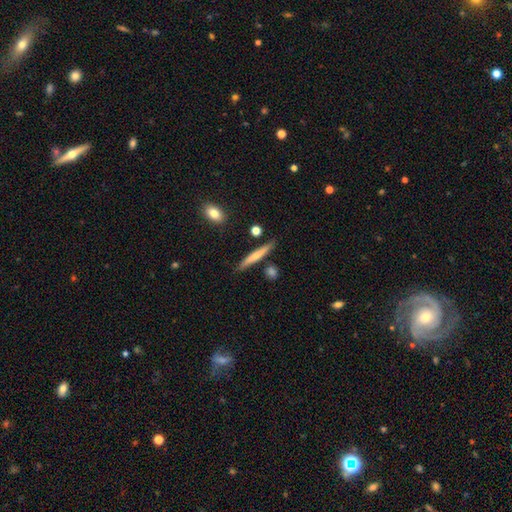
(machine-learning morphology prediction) Overall: smooth (53%; featured or disk 41%). How rounded: cigar-shaped (91%). Merging: none (82%).